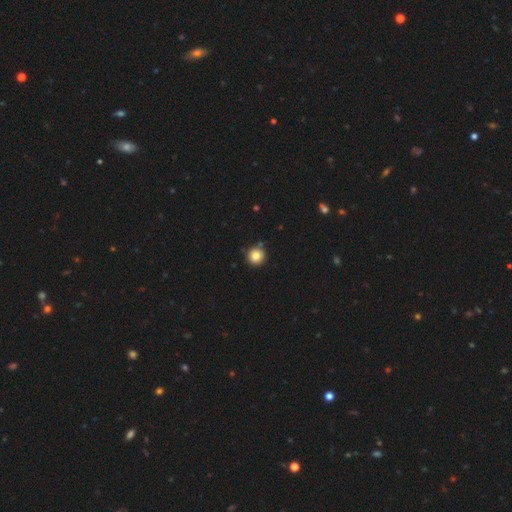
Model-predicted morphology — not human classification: Overall: smooth (82%). How rounded: round (94%). Merging: none (86%).